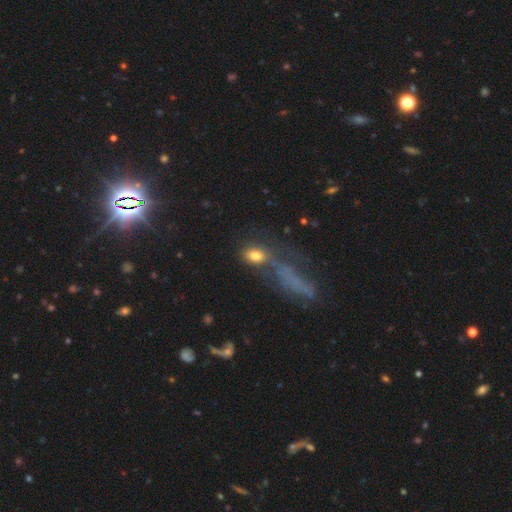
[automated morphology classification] A smooth galaxy with no disk features (77%) that is in between round and cigar-shaped (81%). Merging: none (51%).